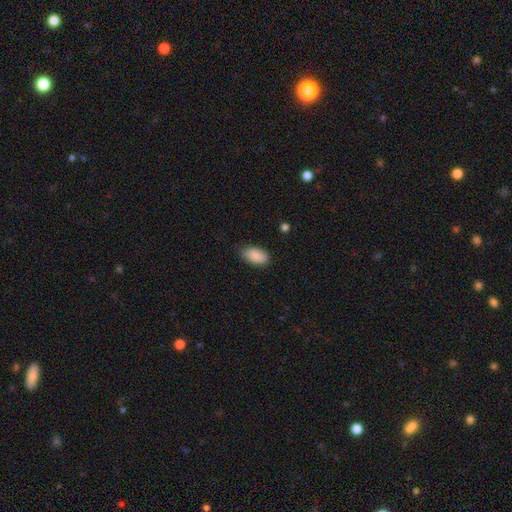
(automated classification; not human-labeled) The model was most divided on "merging": none: 78%, minor disturbance: 18%, major disturbance: 3%, merger: 1%. More confident: how rounded — in between (94%); smooth or featured — smooth (90%).